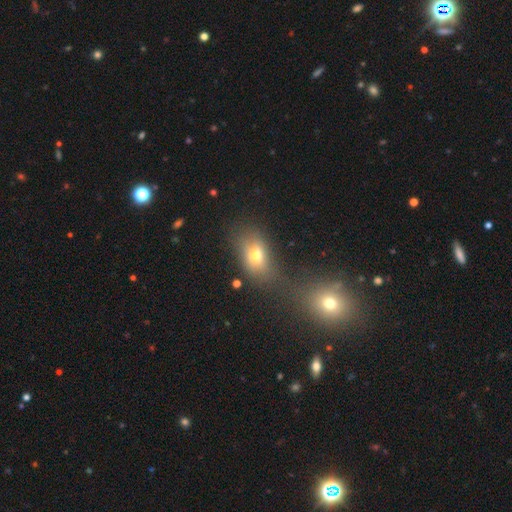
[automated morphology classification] A smooth galaxy with no disk features (69%) that is in between round and cigar-shaped (75%).

Vote fractions:
- Smooth or featured? smooth: 69% / featured or disk: 16% / star or artifact: 15%
- How rounded? in between: 75% / round: 21% / cigar-shaped: 3%
- Merging? none: 54% / merger: 19% / minor disturbance: 16% / major disturbance: 11%